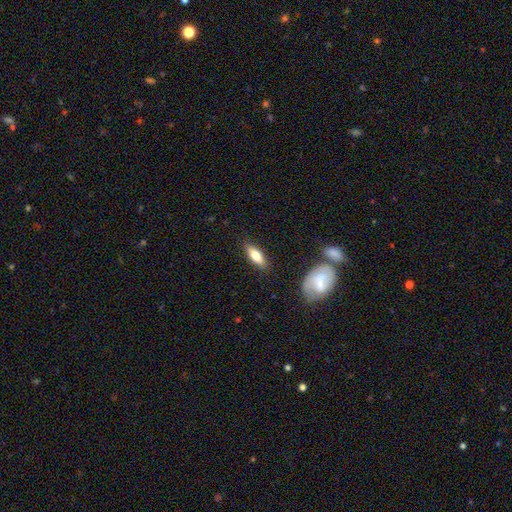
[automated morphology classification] smooth 64%, featured or disk 30%, star or artifact 6%. Down the decision tree: how rounded — in between (58%); merging — none (84%).